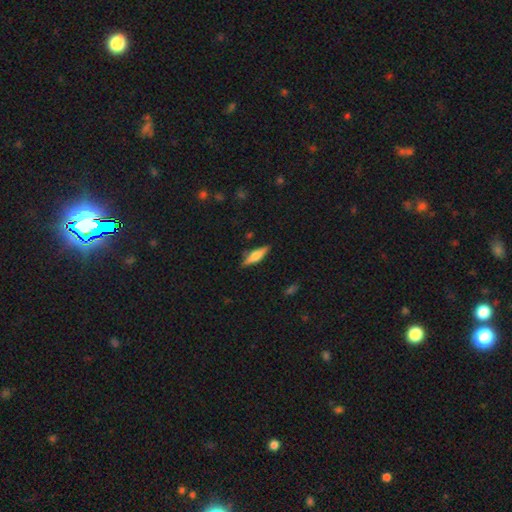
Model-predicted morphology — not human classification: A smooth galaxy with no disk features (52%) that is cigar-shaped (66%). Merging: none (85%).